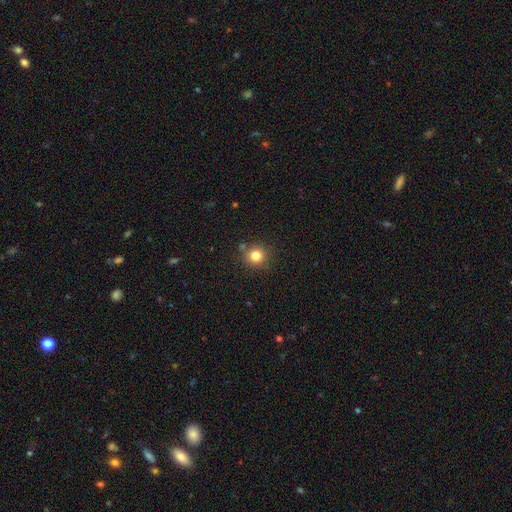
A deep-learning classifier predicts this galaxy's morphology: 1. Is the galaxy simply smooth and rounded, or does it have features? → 80% smooth, 13% star or artifact, 6% featured or disk.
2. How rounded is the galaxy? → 92% round, 7% in between, 1% cigar-shaped.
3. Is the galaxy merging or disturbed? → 84% none, 8% minor disturbance, 5% merger, 3% major disturbance.